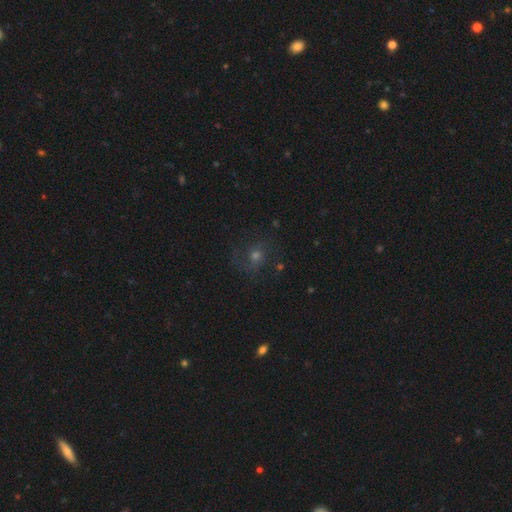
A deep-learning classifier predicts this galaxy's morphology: Smooth or featured: featured or disk — 41% (smooth — 30%)
Merging: none — 70% (minor disturbance — 15%)